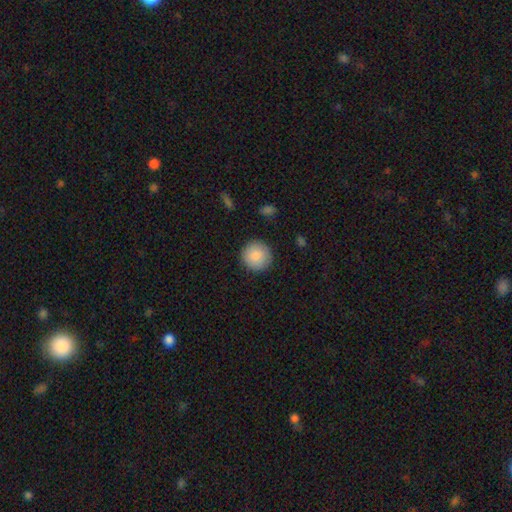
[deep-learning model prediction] Q: Smooth or featured?
A: smooth (88%); runner-up: star or artifact (7%)
Q: How rounded?
A: round (95%); runner-up: in between (4%)
Q: Merging?
A: none (91%); runner-up: minor disturbance (6%)